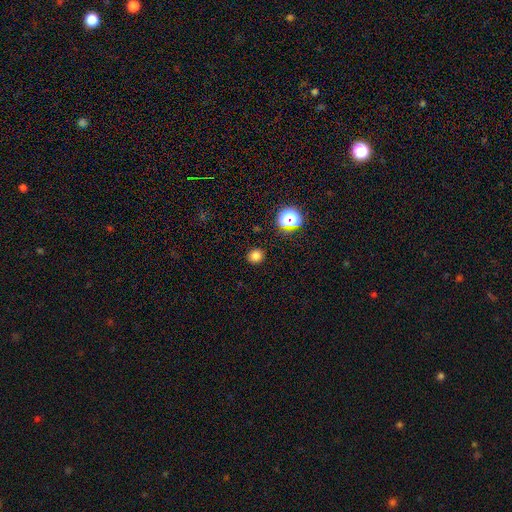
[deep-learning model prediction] Overall: smooth (78%). How rounded: round (83%). Merging: none (90%).